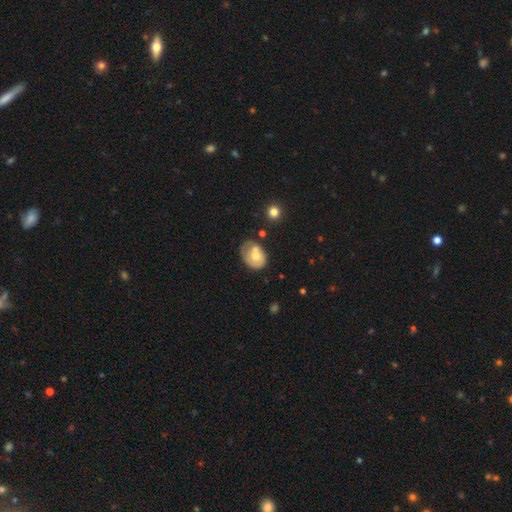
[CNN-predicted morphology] type=smooth (47%); merging=none (37%).